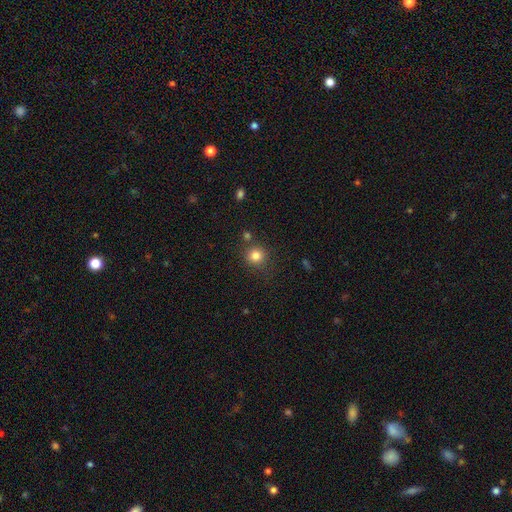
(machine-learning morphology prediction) Smooth or featured: smooth — 82% (star or artifact — 12%)
How rounded: round — 90% (in between — 9%)
Merging: none — 80% (minor disturbance — 10%)